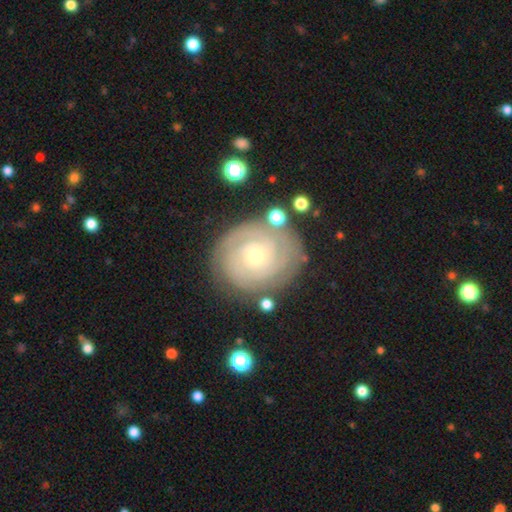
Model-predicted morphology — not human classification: smooth_or_featured: featured or disk (p=0.83) [alt: smooth p=0.11]
disk_edge_on: no (p=0.98) [alt: yes p=0.02]
bar: no (p=0.78) [alt: weak p=0.18]
has_spiral_arms: yes (p=0.95) [alt: no p=0.05]
spiral_winding: tight (p=0.84) [alt: medium p=0.13]
spiral_arm_count: can't tell (p=0.30) [alt: 2 p=0.27]
bulge_size: small (p=0.66) [alt: moderate p=0.30]
merging: none (p=0.79) [alt: minor disturbance p=0.14]